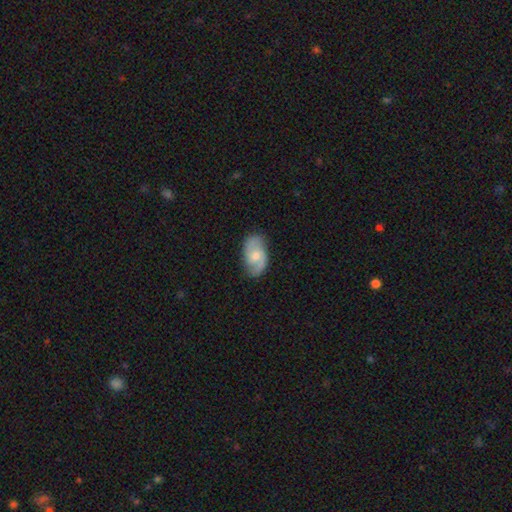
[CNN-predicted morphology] Smooth or featured? Predicted: featured or disk (p=0.64). Edge-on disk? Predicted: no (p=0.96). Bar? Predicted: no (p=0.57). Spiral arms? Predicted: yes (p=0.88). Spiral winding? Predicted: medium (p=0.46). Spiral arm count? Predicted: 2 (p=0.77). Bulge size? Predicted: moderate (p=0.54). Merging? Predicted: none (p=0.74).